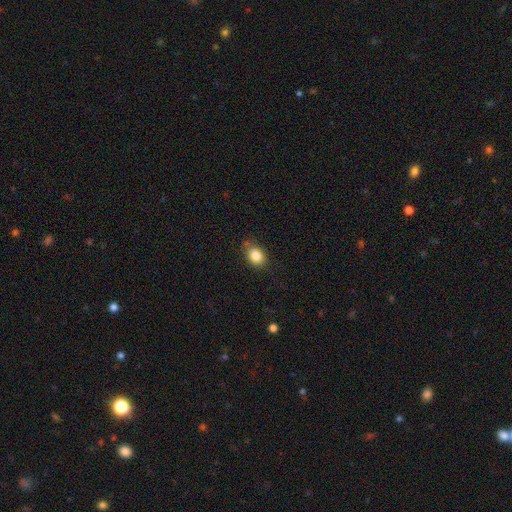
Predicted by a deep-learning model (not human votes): This appears to be a smooth galaxy with no disk features (84%) that is in between round and cigar-shaped (62%). Merging: none (73%).